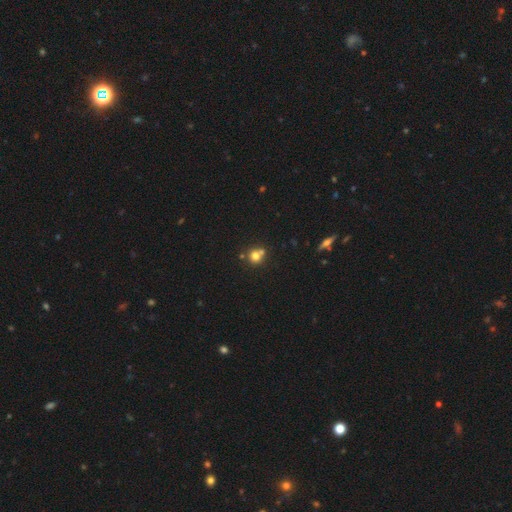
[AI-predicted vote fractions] Smooth or featured?
  - smooth: 73% *
  - star or artifact: 14%
  - featured or disk: 13%
How rounded?
  - round: 87% *
  - in between: 12%
  - cigar-shaped: 1%
Merging?
  - none: 50% *
  - merger: 38%
  - minor disturbance: 9%
  - major disturbance: 3%